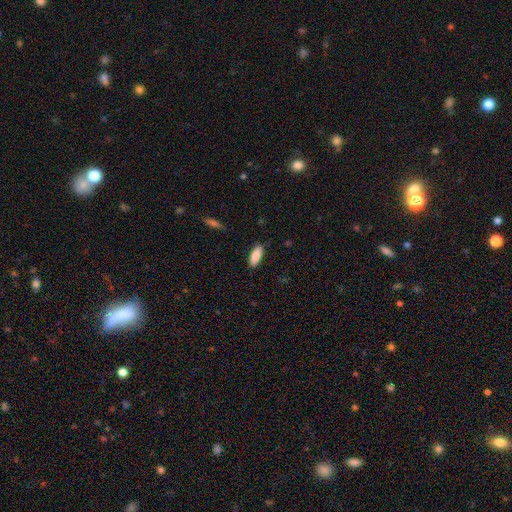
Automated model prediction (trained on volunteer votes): Smooth or featured: smooth — 86% (featured or disk — 8%)
How rounded: in between — 68% (cigar-shaped — 30%)
Merging: none — 85% (minor disturbance — 11%)